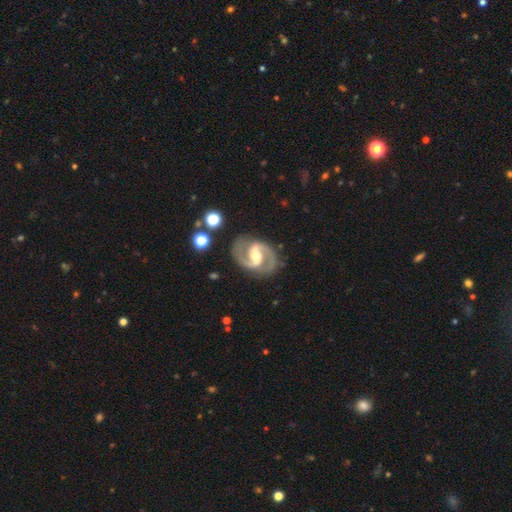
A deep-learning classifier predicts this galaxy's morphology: This is clearly a featured or disk galaxy (93%). It is clearly not viewed edge-on (98%). Bar: marginally weak (43%). Spiral arm pattern: clearly yes (98%). Spiral arm count: clearly 2 (94%). Spiral winding: likely medium (66%). Central bulge: likely moderate (69%). Merging: clearly none (84%).